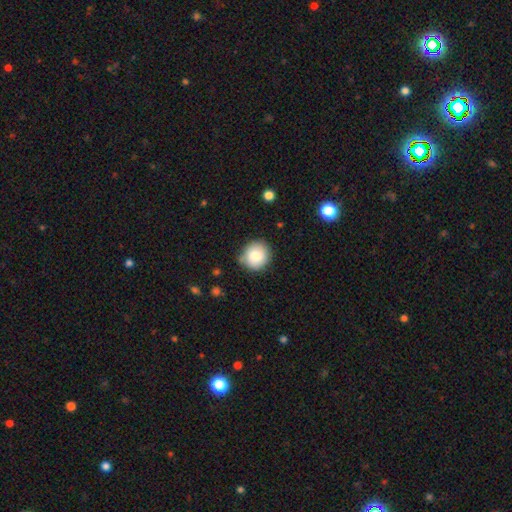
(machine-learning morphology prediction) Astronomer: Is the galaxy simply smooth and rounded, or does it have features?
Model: smooth — 82%.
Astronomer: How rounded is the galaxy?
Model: round — 90%.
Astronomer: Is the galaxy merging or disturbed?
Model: none — 83%.